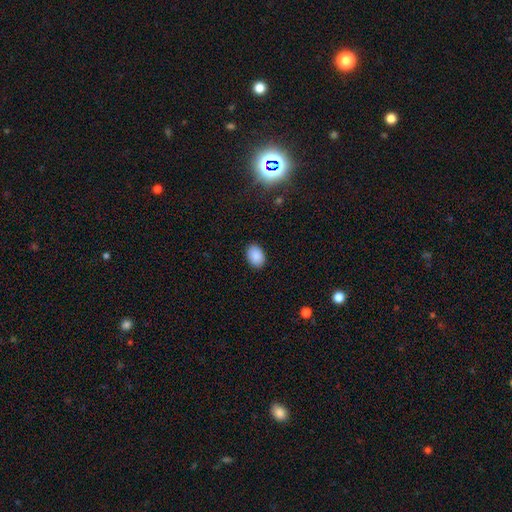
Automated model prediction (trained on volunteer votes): A smooth galaxy with no disk features (88%) that is in between round and cigar-shaped (85%).

Vote fractions:
- Smooth or featured? smooth: 88% / star or artifact: 8% / featured or disk: 4%
- How rounded? in between: 85% / round: 14% / cigar-shaped: 1%
- Merging? none: 88% / minor disturbance: 9% / major disturbance: 2% / merger: 1%